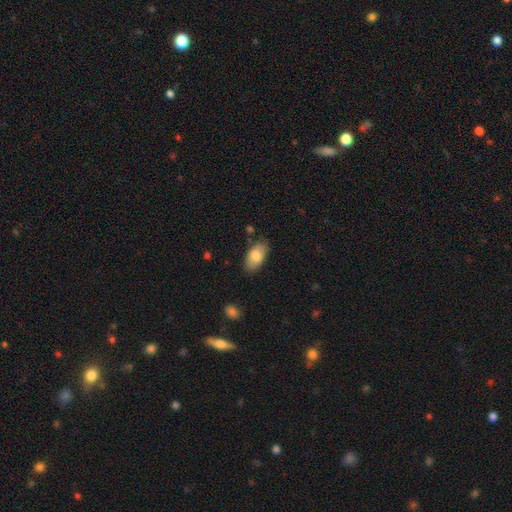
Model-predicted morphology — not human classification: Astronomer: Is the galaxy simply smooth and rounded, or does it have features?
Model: smooth — 80%.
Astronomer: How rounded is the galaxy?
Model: in between — 94%.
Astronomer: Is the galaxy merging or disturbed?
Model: none — 79%.